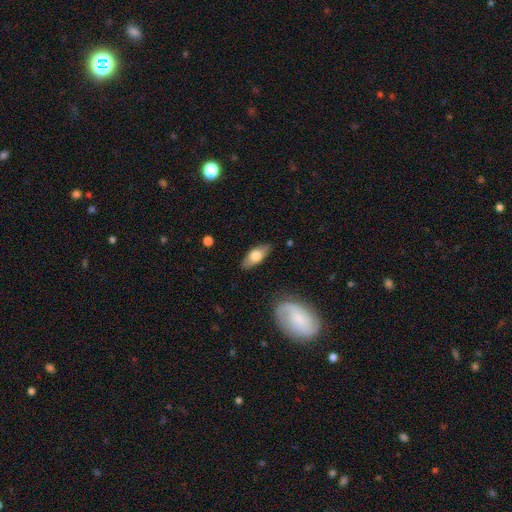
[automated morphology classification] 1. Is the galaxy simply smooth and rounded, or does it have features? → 63% smooth, 30% featured or disk, 6% star or artifact.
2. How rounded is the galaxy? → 78% in between, 19% cigar-shaped, 3% round.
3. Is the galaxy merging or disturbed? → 84% none, 12% minor disturbance, 3% major disturbance, 2% merger.